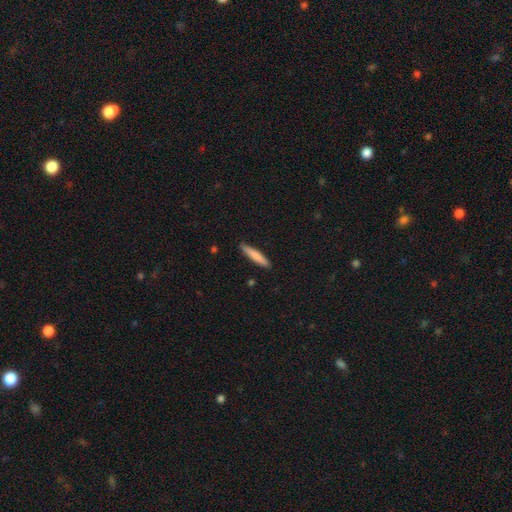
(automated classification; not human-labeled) smooth-or-featured: smooth: 79% | featured or disk: 16% | star or artifact: 5%
  how-rounded: cigar-shaped: 91% | in between: 8% | round: 1%
  merging: none: 89% | minor disturbance: 8% | major disturbance: 2% | merger: 1%